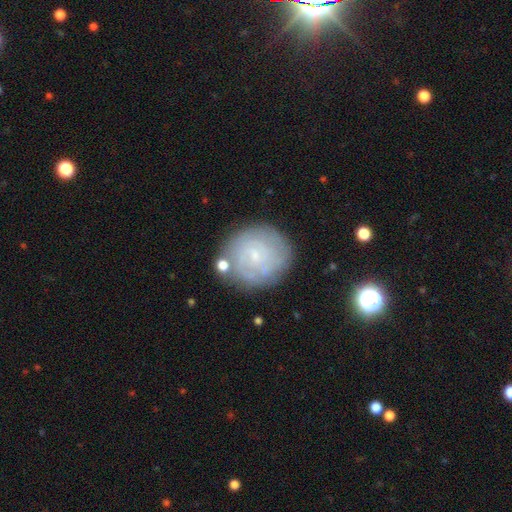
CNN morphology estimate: This appears to be a featured or disk galaxy (60%) with no bar (63%), spiral arms (78%) and a small central bulge (80%). Merging: none (75%).